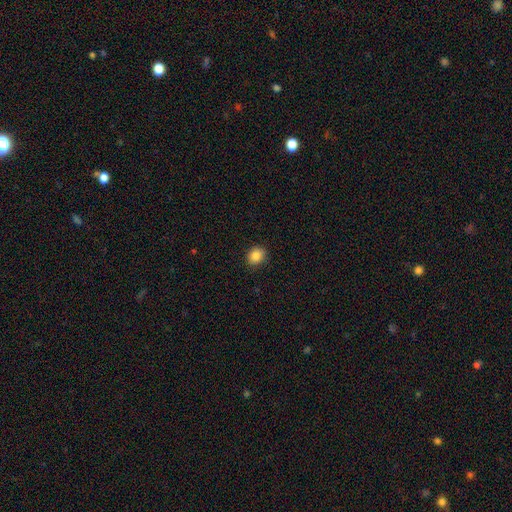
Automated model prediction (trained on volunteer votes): The model was most divided on "how rounded": round: 68%, in between: 31%, cigar-shaped: 1%. More confident: merging — none (89%); smooth or featured — smooth (85%).